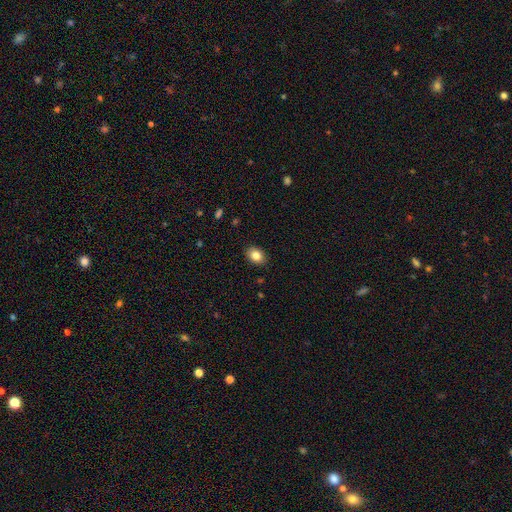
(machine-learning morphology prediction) Smooth or featured?
  - smooth: 84% *
  - star or artifact: 9%
  - featured or disk: 7%
How rounded?
  - in between: 68% *
  - round: 31%
  - cigar-shaped: 1%
Merging?
  - none: 88% *
  - minor disturbance: 9%
  - major disturbance: 2%
  - merger: 1%